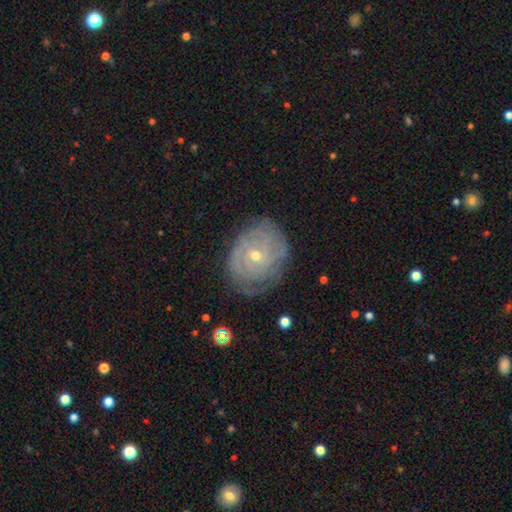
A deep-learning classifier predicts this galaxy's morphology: Smooth or featured: featured or disk — 80% (smooth — 13%)
Edge-on disk: no — 97% (yes — 3%)
Bar: no — 74% (weak — 22%)
Spiral arms: yes — 91% (no — 9%)
Spiral winding: tight — 80% (medium — 15%)
Spiral arm count: can't tell — 47% (2 — 16%)
Bulge size: small — 58% (moderate — 39%)
Merging: none — 73% (minor disturbance — 19%)